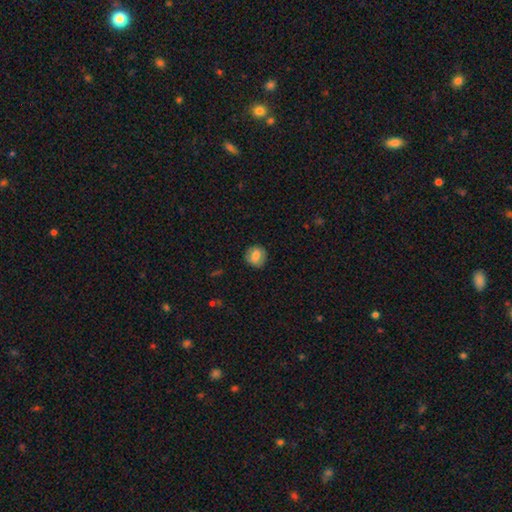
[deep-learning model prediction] Q: Smooth or featured?
A: smooth (69%); runner-up: featured or disk (23%)
Q: How rounded?
A: round (83%); runner-up: in between (16%)
Q: Merging?
A: none (85%); runner-up: minor disturbance (11%)